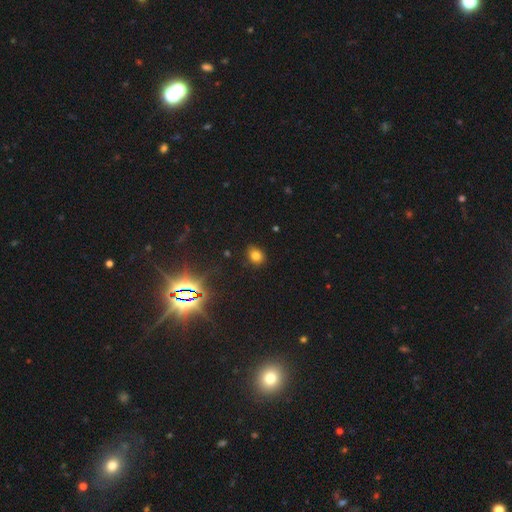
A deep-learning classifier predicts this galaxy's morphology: Overall: smooth (74%). How rounded: round (55%; in between 44%). Merging: none (85%).